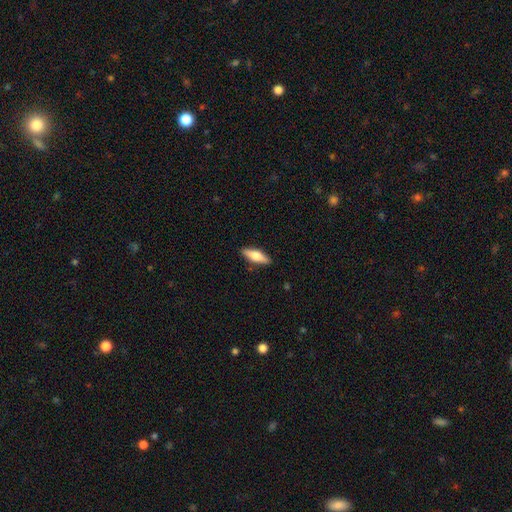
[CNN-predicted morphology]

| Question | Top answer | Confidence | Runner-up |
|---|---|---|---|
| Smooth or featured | smooth | 59% | featured or disk (36%) |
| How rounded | in between | 50% | cigar-shaped (48%) |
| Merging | none | 88% | minor disturbance (9%) |